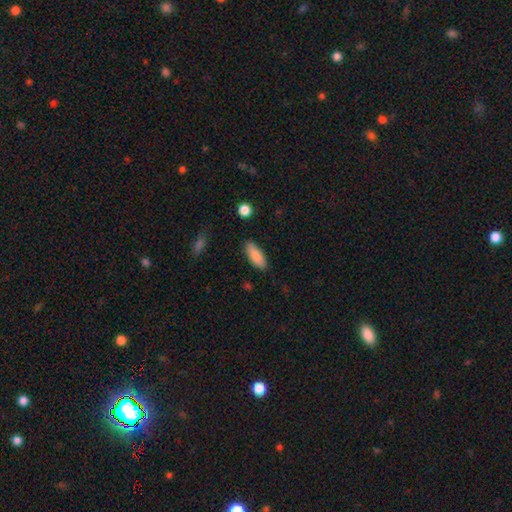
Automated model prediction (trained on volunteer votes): A smooth galaxy with no disk features (85%) that is in between round and cigar-shaped (77%). Merging: none (85%).